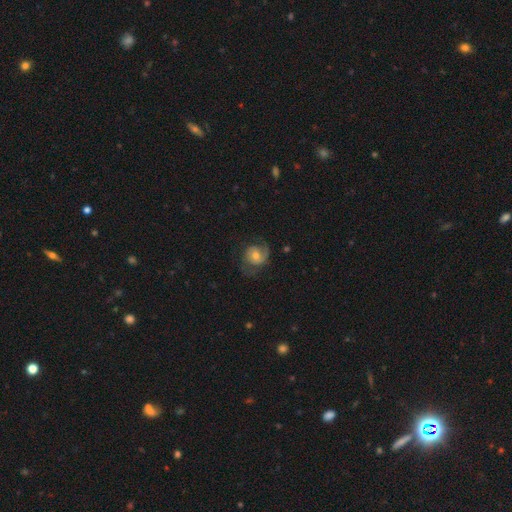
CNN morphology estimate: smooth_or_featured: featured or disk (p=0.68) [alt: smooth p=0.24]
disk_edge_on: no (p=0.97) [alt: yes p=0.03]
bar: no (p=0.68) [alt: weak p=0.27]
has_spiral_arms: yes (p=0.92) [alt: no p=0.08]
spiral_winding: medium (p=0.45) [alt: tight p=0.31]
spiral_arm_count: 2 (p=0.72) [alt: 1 p=0.16]
bulge_size: moderate (p=0.55) [alt: small p=0.33]
merging: none (p=0.65) [alt: minor disturbance p=0.20]